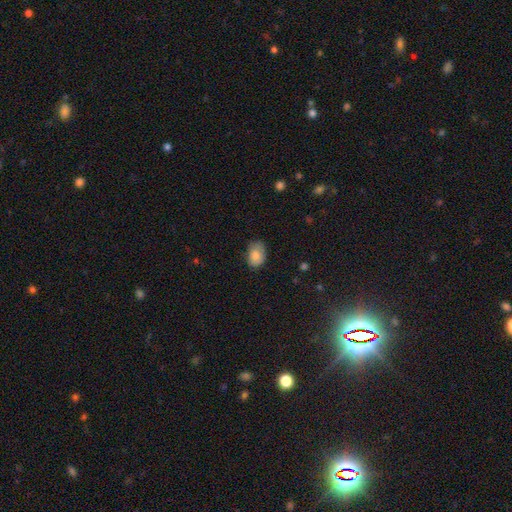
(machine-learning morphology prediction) smooth 82%, featured or disk 10%, star or artifact 8%. Down the decision tree: how rounded — in between (82%); merging — none (68%).